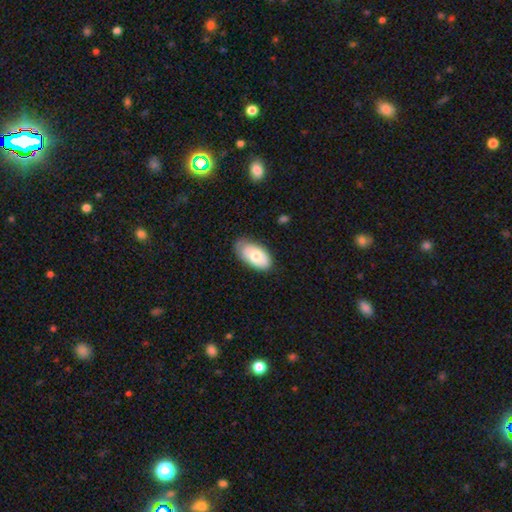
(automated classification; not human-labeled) Smooth or featured: smooth — 62% (featured or disk — 33%)
How rounded: in between — 94% (round — 4%)
Merging: none — 69% (minor disturbance — 25%)